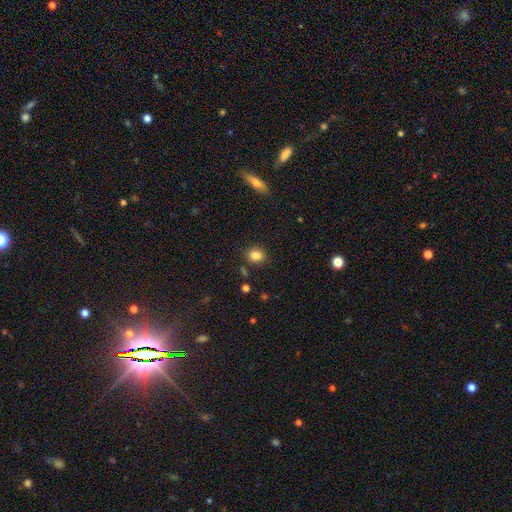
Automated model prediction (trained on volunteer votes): smooth 83%, star or artifact 11%, featured or disk 6%. Down the decision tree: how rounded — round (57%); merging — none (84%).